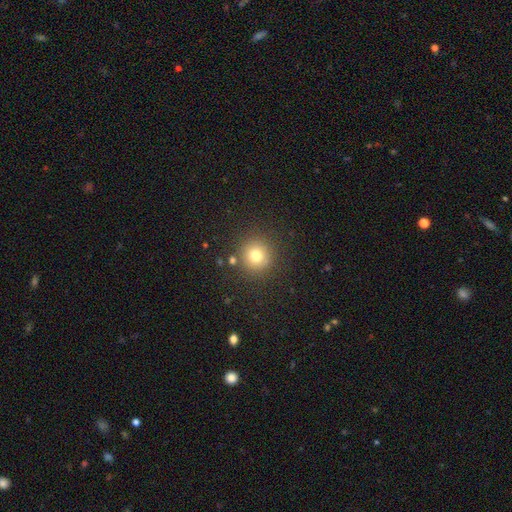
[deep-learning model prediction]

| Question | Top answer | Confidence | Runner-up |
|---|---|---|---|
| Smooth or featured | smooth | 75% | star or artifact (16%) |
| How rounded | round | 94% | in between (5%) |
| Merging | none | 86% | minor disturbance (7%) |